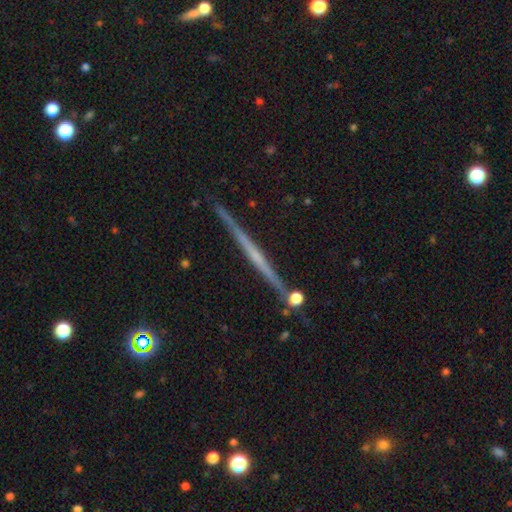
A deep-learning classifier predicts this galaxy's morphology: The model was most divided on "smooth or featured": featured or disk: 72%, smooth: 21%, star or artifact: 6%. More confident: edge-on disk — yes (98%); merging — none (89%); edge-on bulge — none (77%).